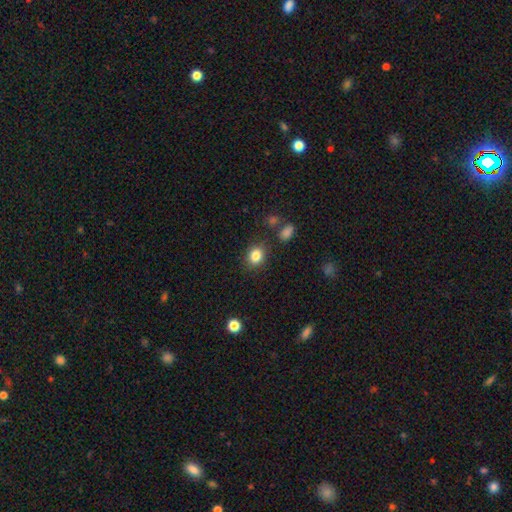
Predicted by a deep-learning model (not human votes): A smooth galaxy with no disk features (84%) that is in between round and cigar-shaped (50%). Merging: none (83%).